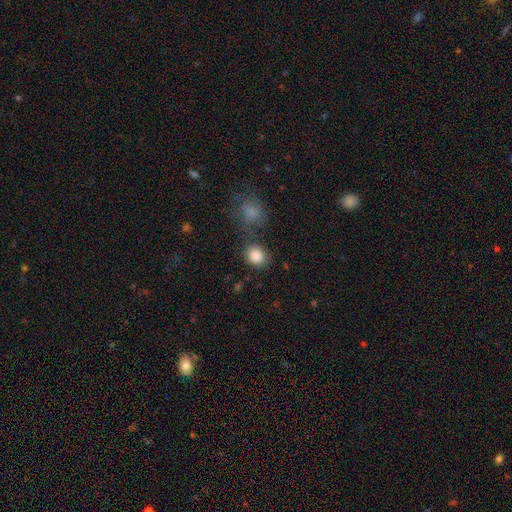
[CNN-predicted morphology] type=smooth (86%); roundness=round (70%); merging=none (73%).